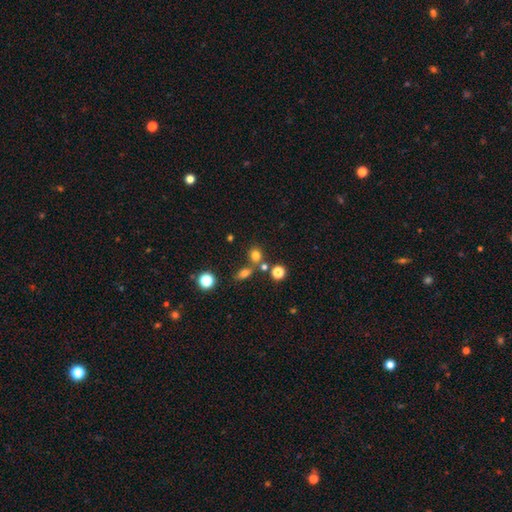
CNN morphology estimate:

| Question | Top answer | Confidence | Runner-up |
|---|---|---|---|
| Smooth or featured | smooth | 75% | star or artifact (16%) |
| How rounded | round | 69% | in between (29%) |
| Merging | none | 61% | merger (25%) |